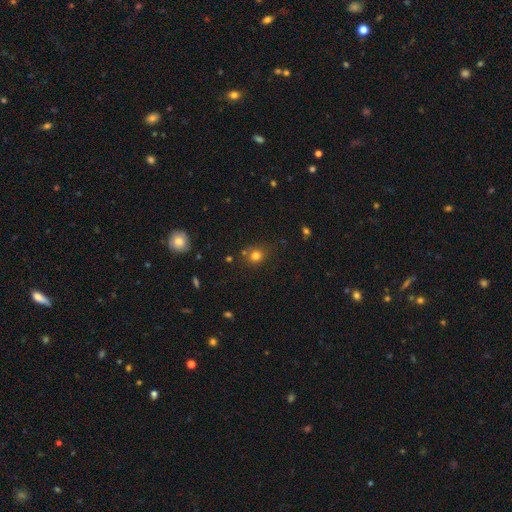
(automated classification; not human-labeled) This appears to be a smooth galaxy with no disk features (77%) that is round (81%). Merging: none (75%).